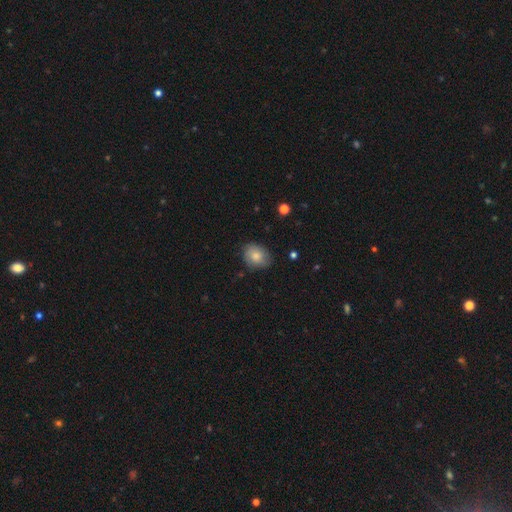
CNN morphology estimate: The model was most divided on "how rounded": in between: 54%, round: 45%, cigar-shaped: 1%. More confident: smooth or featured — smooth (76%); merging — none (75%).